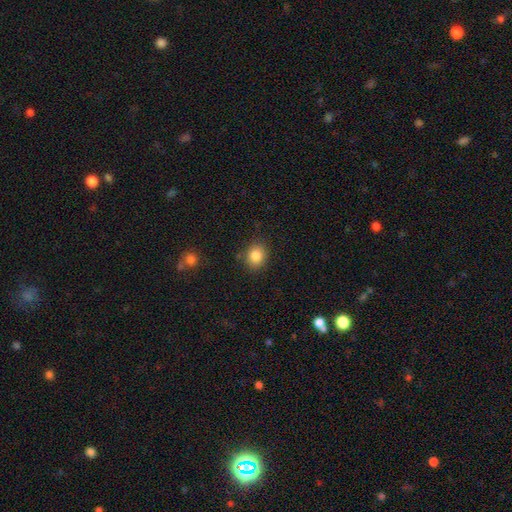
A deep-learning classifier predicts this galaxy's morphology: smooth_or_featured: smooth (p=0.84) [alt: star or artifact p=0.10]
how_rounded: round (p=0.63) [alt: in between p=0.36]
merging: none (p=0.84) [alt: minor disturbance p=0.11]